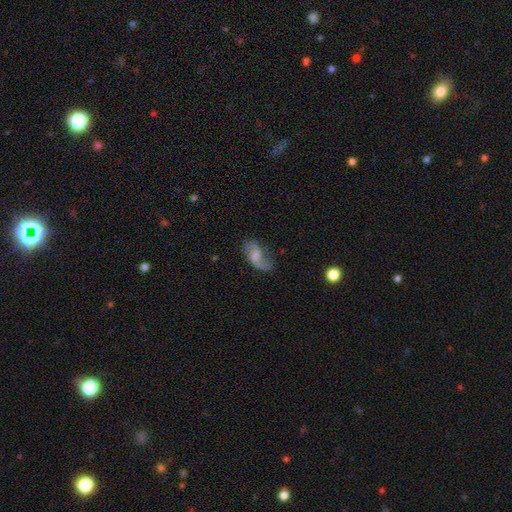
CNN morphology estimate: smooth_or_featured: featured or disk (p=0.57) [alt: smooth p=0.34]
disk_edge_on: no (p=0.96) [alt: yes p=0.04]
bar: weak (p=0.45) [alt: no p=0.43]
has_spiral_arms: yes (p=0.83) [alt: no p=0.17]
bulge_size: none (p=0.39) [alt: small p=0.25]
merging: none (p=0.51) [alt: minor disturbance p=0.26]